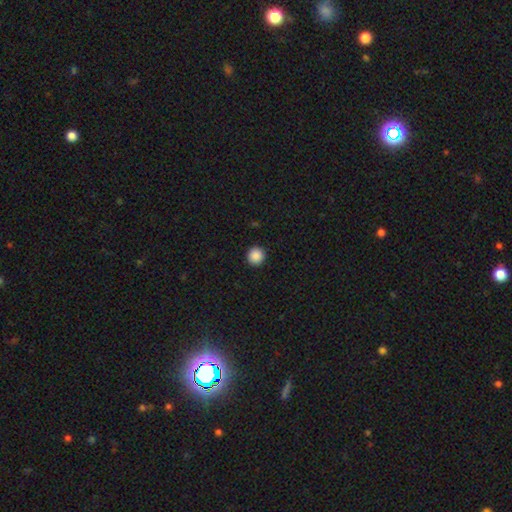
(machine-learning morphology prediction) A smooth galaxy with no disk features (89%) that is round (95%).

Vote fractions:
- Smooth or featured? smooth: 89% / star or artifact: 9% / featured or disk: 2%
- How rounded? round: 95% / in between: 4% / cigar-shaped: 1%
- Merging? none: 93% / minor disturbance: 4% / major disturbance: 2% / merger: 1%